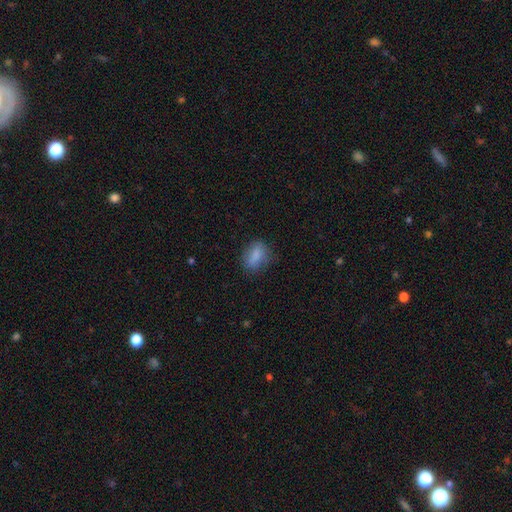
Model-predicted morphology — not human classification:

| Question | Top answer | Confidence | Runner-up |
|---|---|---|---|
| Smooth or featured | smooth | 81% | featured or disk (10%) |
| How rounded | in between | 77% | round (18%) |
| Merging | none | 73% | minor disturbance (19%) |